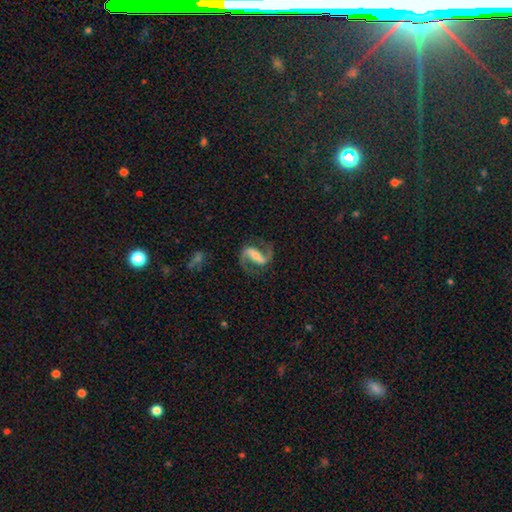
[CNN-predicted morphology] smooth-or-featured: featured or disk: 89% | smooth: 6% | star or artifact: 5%
  disk-edge-on: no: 97% | yes: 3%
    bar: strong: 60% | weak: 27% | no: 12%
    has-spiral-arms: yes: 97% | no: 3%
      spiral-winding: medium: 51% | loose: 38% | tight: 12%
      spiral-arm-count: 2: 93% | 1: 2% | can't tell: 2% | 3: 1% | 4: 1% | more than 4: 1%
    bulge-size: small: 37% | moderate: 28% | none: 24% | large: 10% | dominant: 2%
  merging: none: 76% | minor disturbance: 13% | major disturbance: 10% | merger: 2%